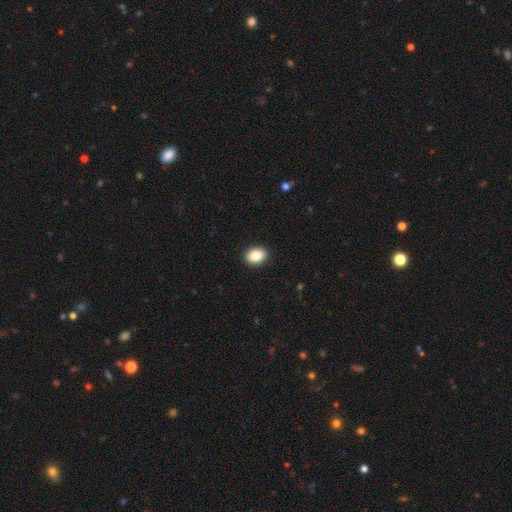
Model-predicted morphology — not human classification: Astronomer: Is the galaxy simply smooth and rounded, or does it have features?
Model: smooth — 88%.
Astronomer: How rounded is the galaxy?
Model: in between — 75%.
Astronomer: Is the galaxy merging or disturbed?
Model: none — 91%.